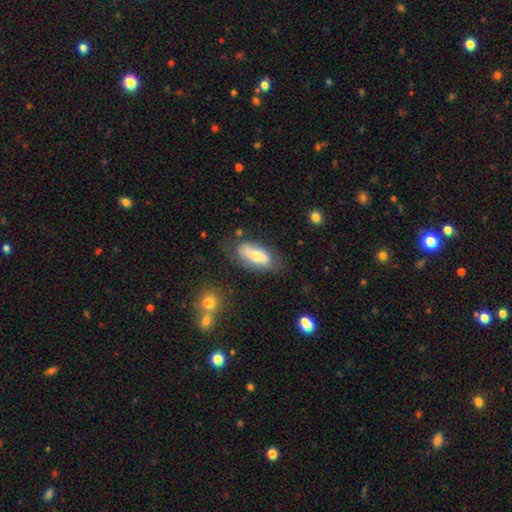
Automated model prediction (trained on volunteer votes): Overall: smooth (58%; featured or disk 35%). How rounded: in between (82%). Merging: none (68%).